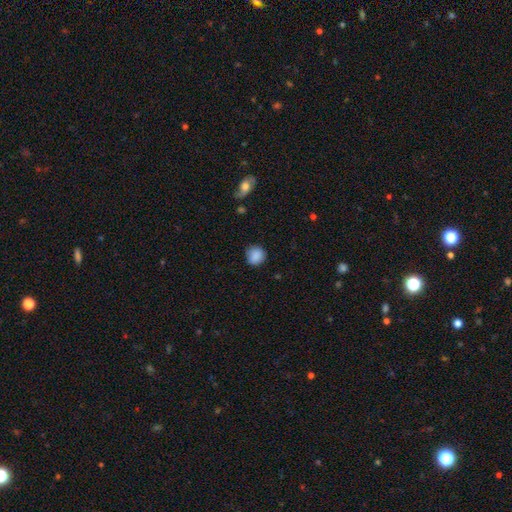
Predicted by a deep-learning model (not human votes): smooth 87%, star or artifact 8%, featured or disk 5%. Down the decision tree: how rounded — round (87%); merging — none (79%).